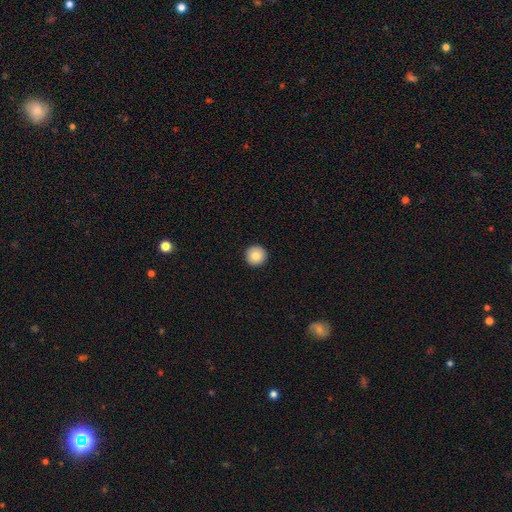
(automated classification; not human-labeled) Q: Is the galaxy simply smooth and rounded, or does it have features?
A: smooth — 83%.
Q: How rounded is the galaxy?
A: round — 96%.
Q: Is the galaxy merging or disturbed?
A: none — 93%.